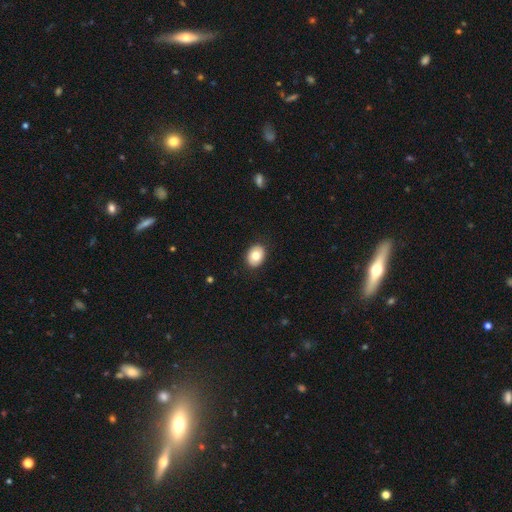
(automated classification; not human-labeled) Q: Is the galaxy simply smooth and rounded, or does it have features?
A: smooth — 80%.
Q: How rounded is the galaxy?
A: in between — 64%.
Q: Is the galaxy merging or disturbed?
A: none — 89%.